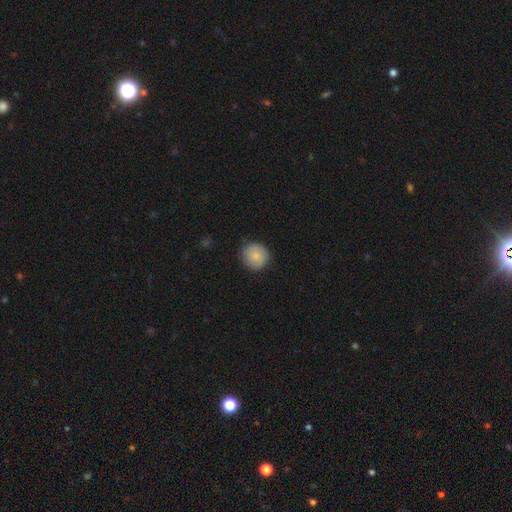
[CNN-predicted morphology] smooth_or_featured: smooth (p=0.84) [alt: featured or disk p=0.09]
how_rounded: round (p=0.90) [alt: in between p=0.09]
merging: none (p=0.84) [alt: minor disturbance p=0.13]